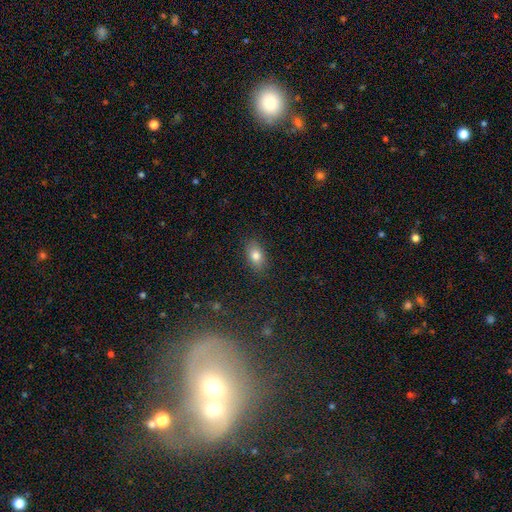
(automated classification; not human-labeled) smooth-or-featured: smooth: 80% | featured or disk: 11% | star or artifact: 9%
  how-rounded: in between: 87% | round: 10% | cigar-shaped: 3%
  merging: none: 86% | minor disturbance: 10% | major disturbance: 3% | merger: 1%